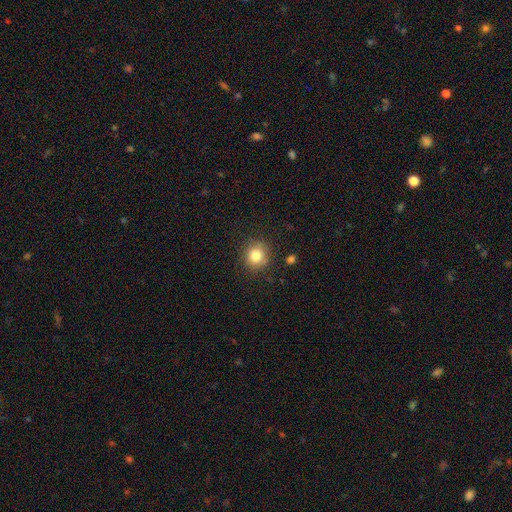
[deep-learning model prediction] Overall: smooth (82%). How rounded: round (88%). Merging: none (85%).